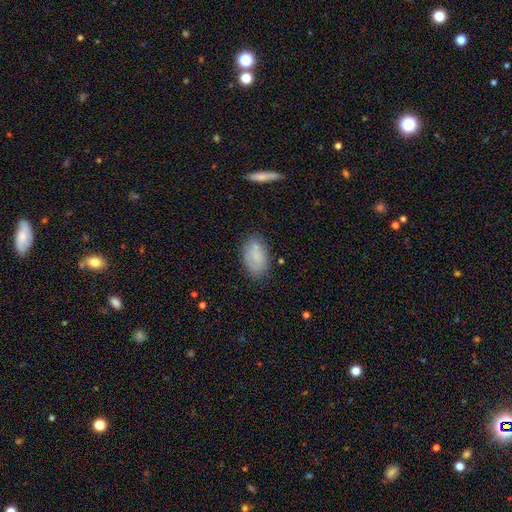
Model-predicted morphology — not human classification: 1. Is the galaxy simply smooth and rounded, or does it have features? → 70% smooth, 22% featured or disk, 8% star or artifact.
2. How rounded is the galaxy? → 92% in between, 6% round, 2% cigar-shaped.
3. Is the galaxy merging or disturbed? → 70% none, 20% minor disturbance, 6% major disturbance, 4% merger.